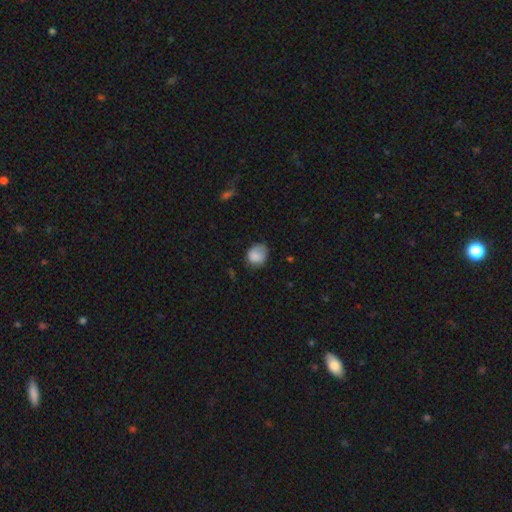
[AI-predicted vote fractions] This is clearly a smooth galaxy (83%). How rounded: likely round (65%). Merging: possibly none (57%).